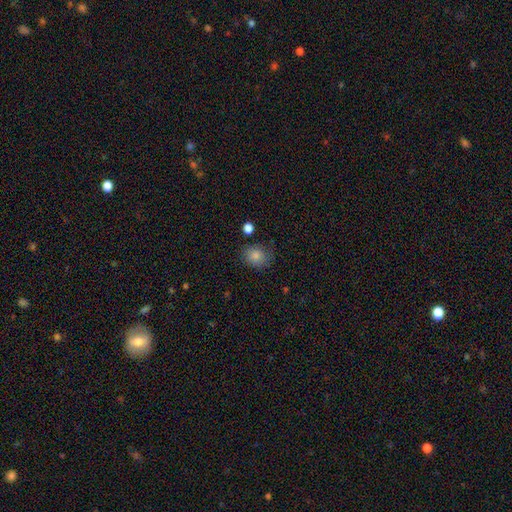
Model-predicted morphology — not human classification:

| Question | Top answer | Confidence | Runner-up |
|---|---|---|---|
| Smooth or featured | smooth | 82% | star or artifact (10%) |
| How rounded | round | 60% | in between (39%) |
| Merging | none | 73% | minor disturbance (19%) |